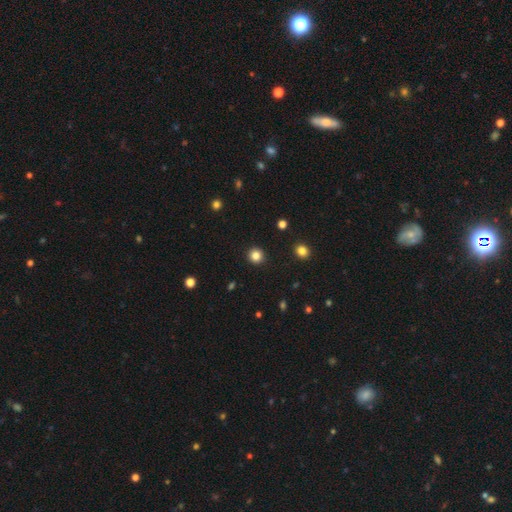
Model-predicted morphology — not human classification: type=smooth (84%); roundness=round (93%); merging=none (93%).